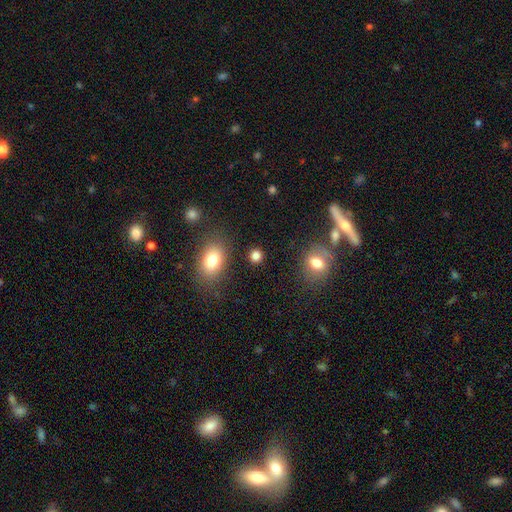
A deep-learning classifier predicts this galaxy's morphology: A smooth galaxy with no disk features (82%) that is round (77%).

Vote fractions:
- Smooth or featured? smooth: 82% / star or artifact: 13% / featured or disk: 5%
- How rounded? round: 77% / in between: 22% / cigar-shaped: 2%
- Merging? none: 85% / minor disturbance: 8% / merger: 4% / major disturbance: 3%